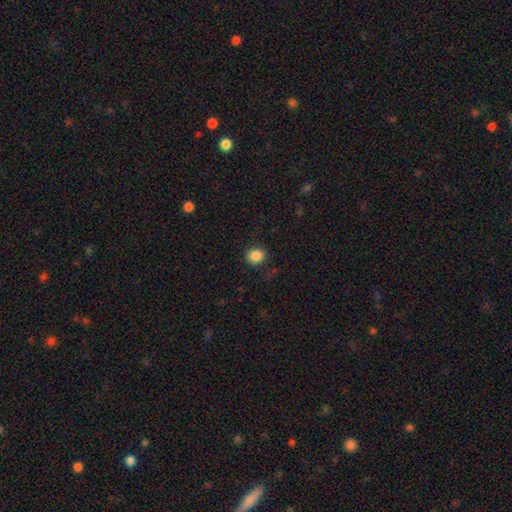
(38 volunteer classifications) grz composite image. It shows a smooth galaxy with no disk features (92%) that is round (57%). Merging: none (71%).